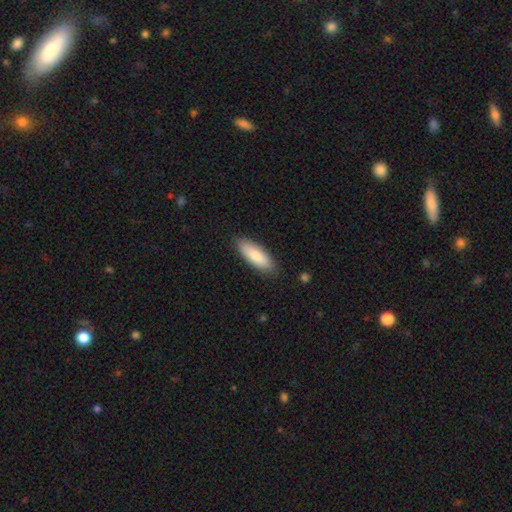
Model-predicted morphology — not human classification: A smooth galaxy with no disk features (83%) that is in between round and cigar-shaped (62%).

Vote fractions:
- Smooth or featured? smooth: 83% / featured or disk: 12% / star or artifact: 5%
- How rounded? in between: 62% / cigar-shaped: 36% / round: 2%
- Merging? none: 86% / minor disturbance: 10% / major disturbance: 2% / merger: 1%